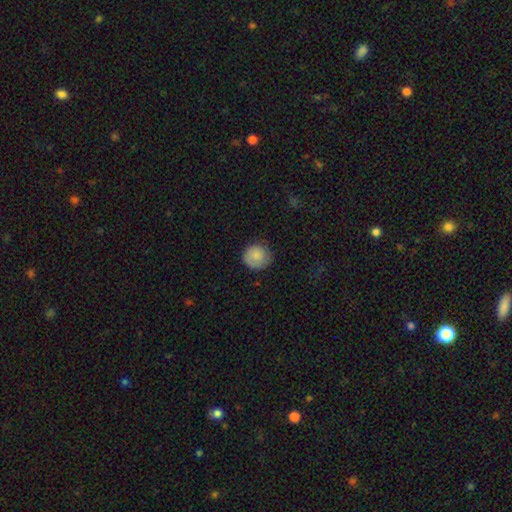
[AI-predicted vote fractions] smooth_or_featured: smooth (p=0.80) [alt: featured or disk p=0.13]
how_rounded: round (p=0.88) [alt: in between p=0.11]
merging: none (p=0.74) [alt: minor disturbance p=0.20]